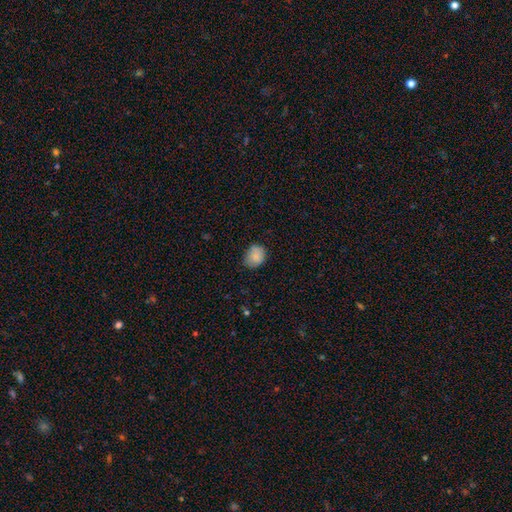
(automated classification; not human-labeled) smooth_or_featured: smooth (p=0.86) [alt: star or artifact p=0.08]
how_rounded: round (p=0.53) [alt: in between p=0.46]
merging: none (p=0.73) [alt: minor disturbance p=0.22]